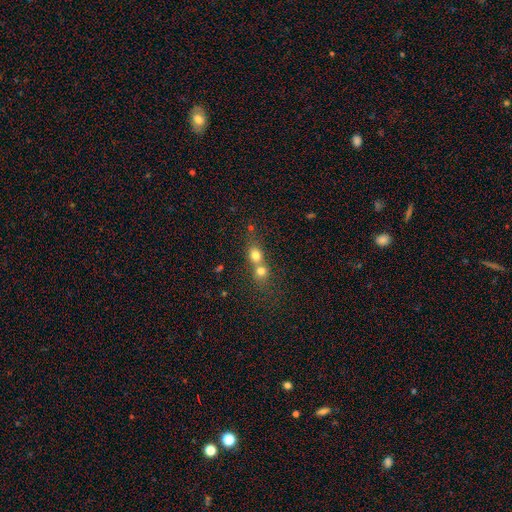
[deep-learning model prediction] A smooth galaxy with no disk features (73%) that is round (67%). Merging: merger (66%).